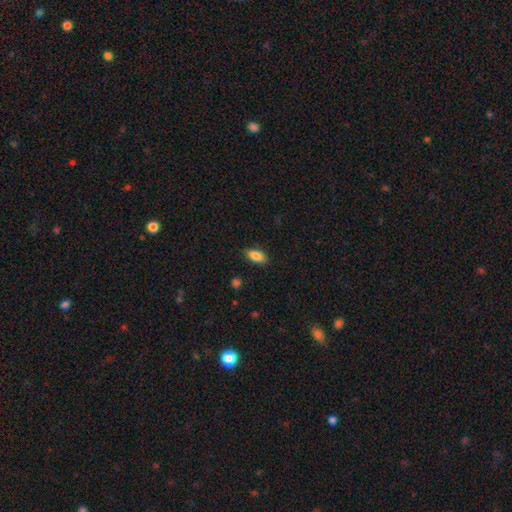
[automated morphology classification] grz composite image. It shows a smooth galaxy with no disk features (85%) that is in between round and cigar-shaped (88%). Merging: none (83%).